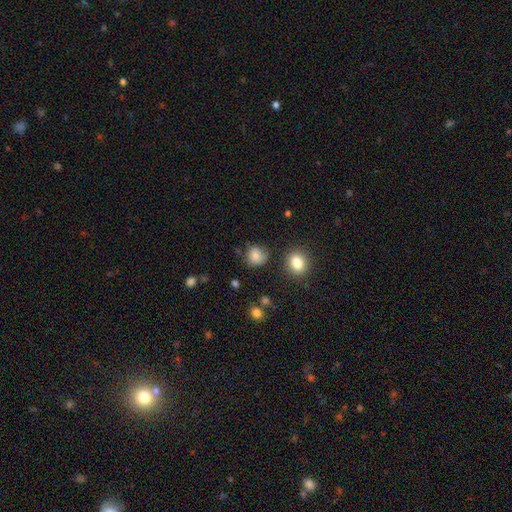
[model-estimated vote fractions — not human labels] A smooth galaxy with no disk features (81%) that is round (81%).

Vote fractions:
- Smooth or featured? smooth: 81% / star or artifact: 11% / featured or disk: 8%
- How rounded? round: 81% / in between: 18% / cigar-shaped: 1%
- Merging? none: 71% / minor disturbance: 20% / major disturbance: 6% / merger: 3%